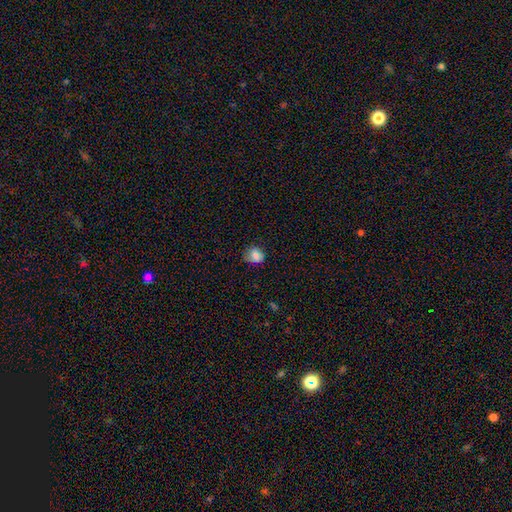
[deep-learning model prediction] Smooth or featured: smooth — 80% (featured or disk — 10%)
How rounded: round — 64% (in between — 35%)
Merging: none — 64% (minor disturbance — 27%)